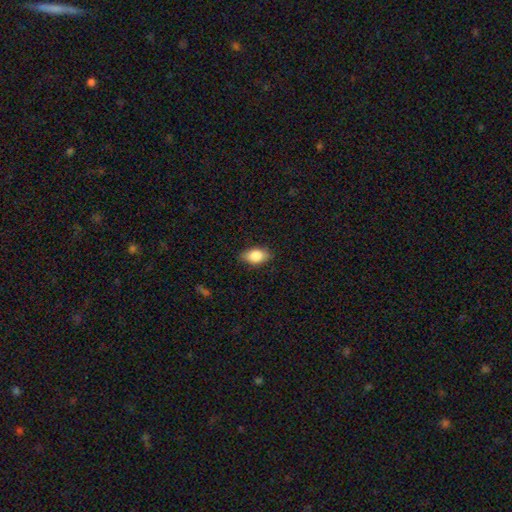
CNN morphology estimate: Smooth or featured? smooth (83%)
How rounded? in between (88%)
Merging? none (82%)